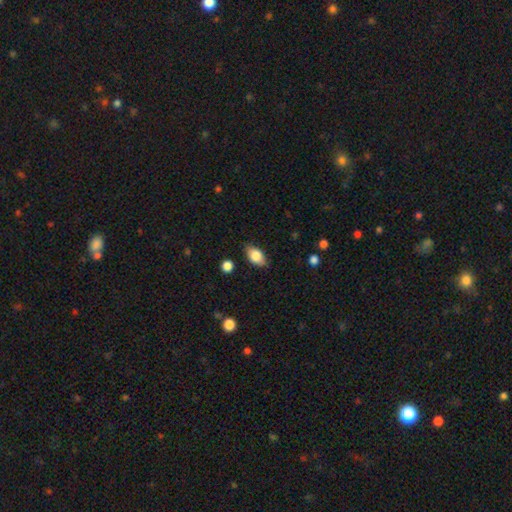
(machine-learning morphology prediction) Q: Smooth or featured?
A: smooth (77%); runner-up: featured or disk (15%)
Q: How rounded?
A: in between (86%); runner-up: round (10%)
Q: Merging?
A: none (80%); runner-up: minor disturbance (15%)